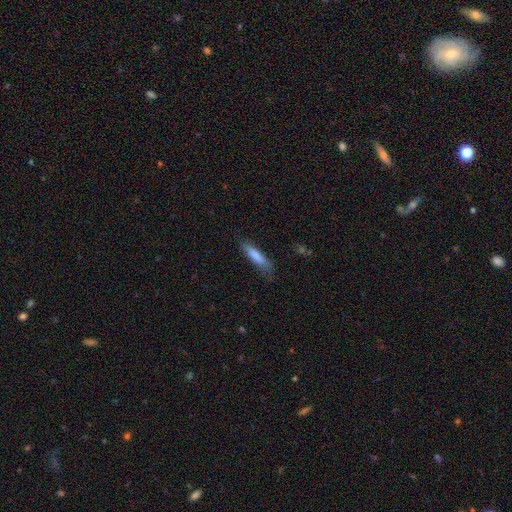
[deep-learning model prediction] A smooth galaxy with no disk features (80%) that is cigar-shaped (82%). Merging: none (76%).